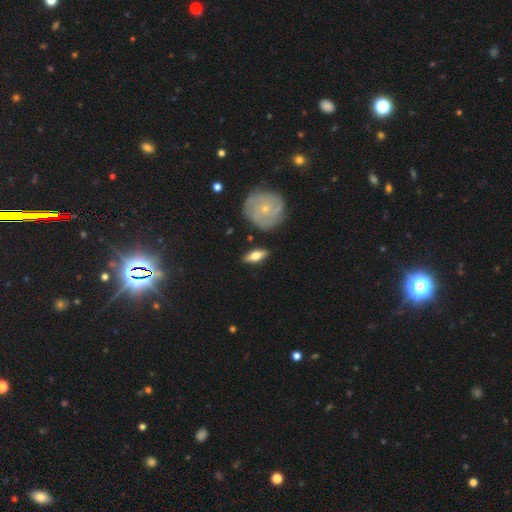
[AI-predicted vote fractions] A smooth galaxy with no disk features (48%). Merging: none (83%).